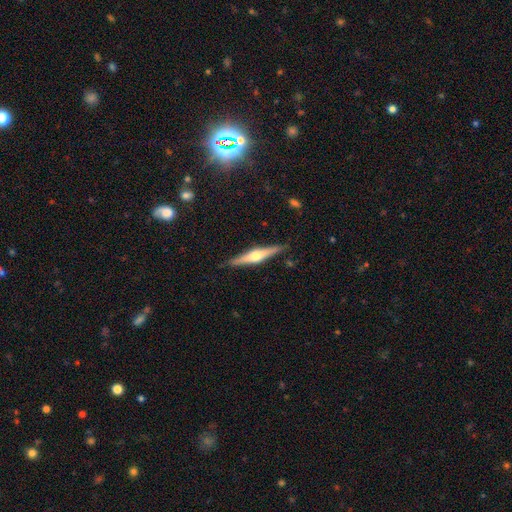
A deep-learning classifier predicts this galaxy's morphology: Smooth or featured: featured or disk — 69% (smooth — 26%)
Edge-on disk: yes — 97% (no — 3%)
Edge-on bulge: rounded — 92% (boxy — 5%)
Merging: none — 88% (minor disturbance — 9%)